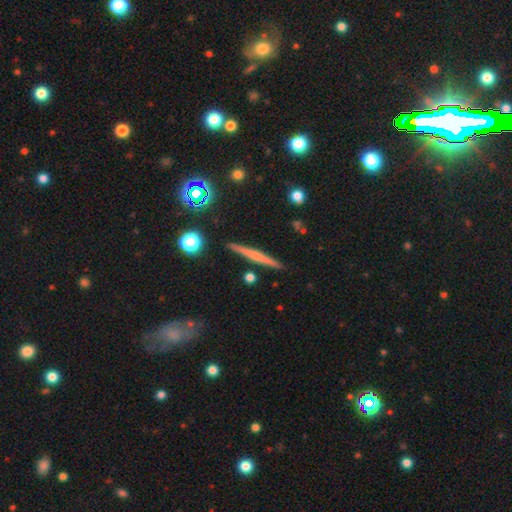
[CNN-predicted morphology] smooth_or_featured: featured or disk (p=0.53) [alt: smooth p=0.39]
disk_edge_on: yes (p=0.98) [alt: no p=0.02]
edge_on_bulge: none (p=0.63) [alt: rounded p=0.28]
merging: none (p=0.91) [alt: minor disturbance p=0.06]